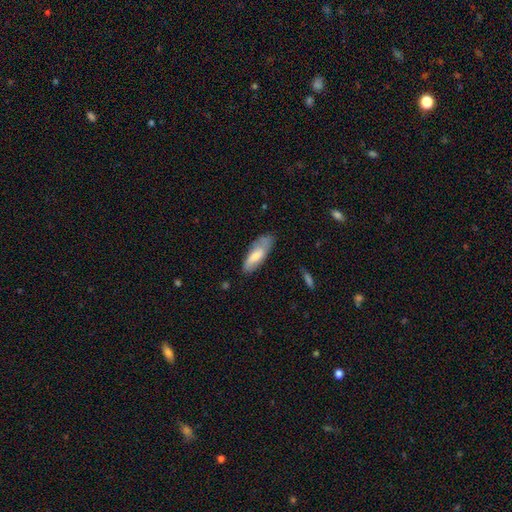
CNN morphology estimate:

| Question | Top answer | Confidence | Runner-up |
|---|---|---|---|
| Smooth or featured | smooth | 68% | featured or disk (26%) |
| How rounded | in between | 66% | cigar-shaped (33%) |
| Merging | none | 61% | minor disturbance (28%) |